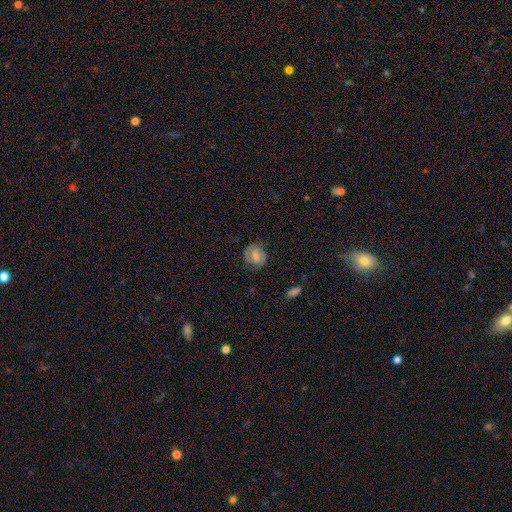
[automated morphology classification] type=smooth (55%); roundness=round (64%); merging=none (72%).